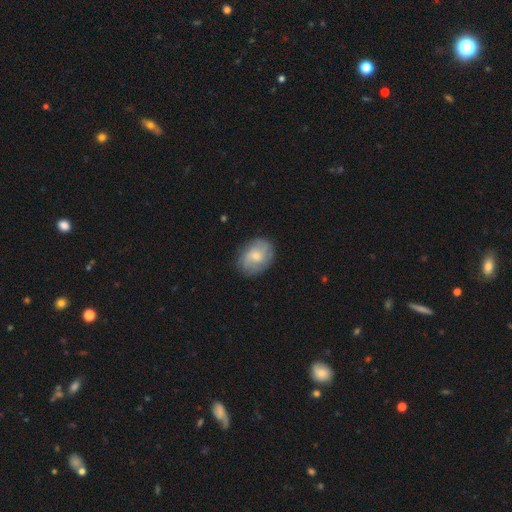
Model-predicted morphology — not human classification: Smooth or featured? Predicted: smooth (p=0.48). Merging? Predicted: none (p=0.75).